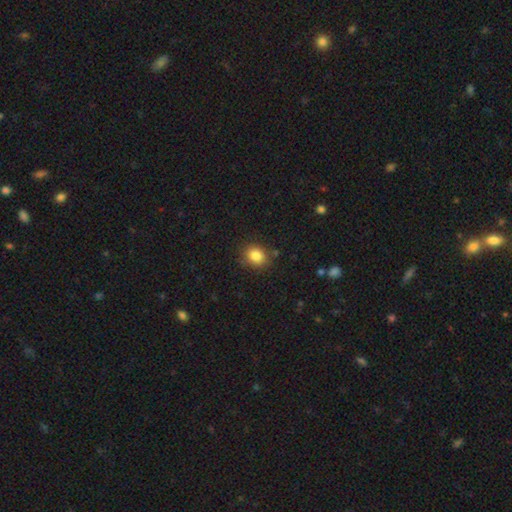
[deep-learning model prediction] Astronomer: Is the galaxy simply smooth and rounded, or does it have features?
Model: smooth — 85%.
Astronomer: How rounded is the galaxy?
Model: round — 62%.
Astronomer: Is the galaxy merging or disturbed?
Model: none — 83%.